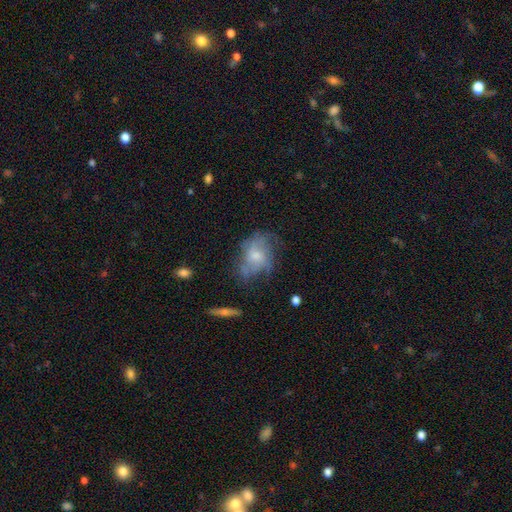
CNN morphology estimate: A featured or disk galaxy (53%) with no bar (73%), spiral arms (63%) and a moderate central bulge (46%).

Vote fractions:
- Smooth or featured? featured or disk: 53% / smooth: 38% / star or artifact: 9%
- Edge-on disk? no: 95% / yes: 5%
- Bar? no: 73% / weak: 23% / strong: 4%
- Spiral arms? yes: 63% / no: 37%
- Bulge size? moderate: 46% / small: 38% / none: 8% / large: 7% / dominant: 1%
- Merging? none: 48% / minor disturbance: 27% / major disturbance: 22% / merger: 3%